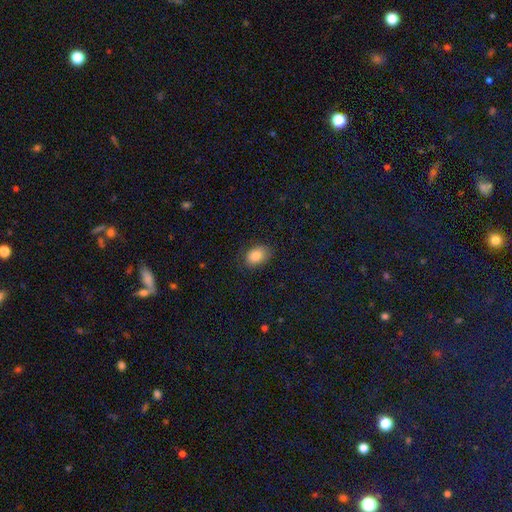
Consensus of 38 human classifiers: smooth-or-featured: smooth: 92% | star or artifact: 5% | featured or disk: 3%
  how-rounded: in between: 74% | round: 26% | cigar-shaped: 0%
  merging: none: 83% | minor disturbance: 14% | major disturbance: 3% | merger: 0%